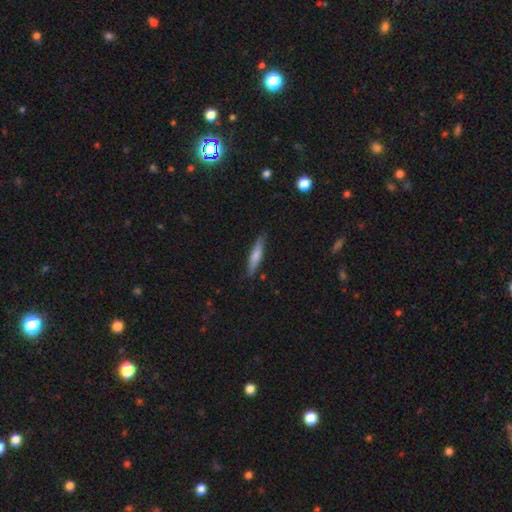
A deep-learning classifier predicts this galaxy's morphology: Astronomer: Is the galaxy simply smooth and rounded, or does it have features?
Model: smooth — 70%.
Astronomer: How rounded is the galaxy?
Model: cigar-shaped — 87%.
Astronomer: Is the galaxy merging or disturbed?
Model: none — 84%.